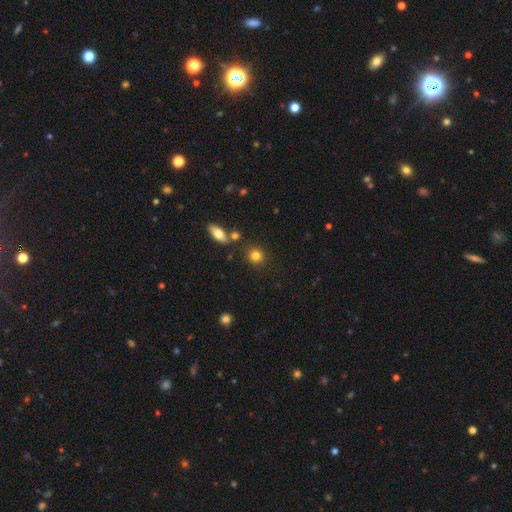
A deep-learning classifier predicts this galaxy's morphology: smooth_or_featured: smooth (p=0.82) [alt: star or artifact p=0.10]
how_rounded: round (p=0.81) [alt: in between p=0.18]
merging: none (p=0.82) [alt: minor disturbance p=0.08]